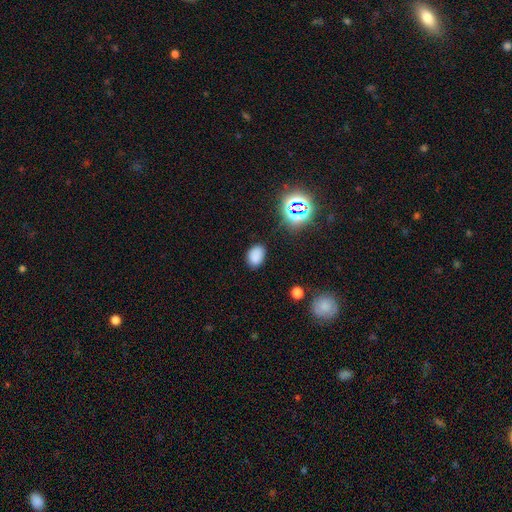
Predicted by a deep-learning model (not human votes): Smooth or featured: smooth — 78% (star or artifact — 16%)
How rounded: in between — 79% (round — 20%)
Merging: none — 81% (minor disturbance — 14%)